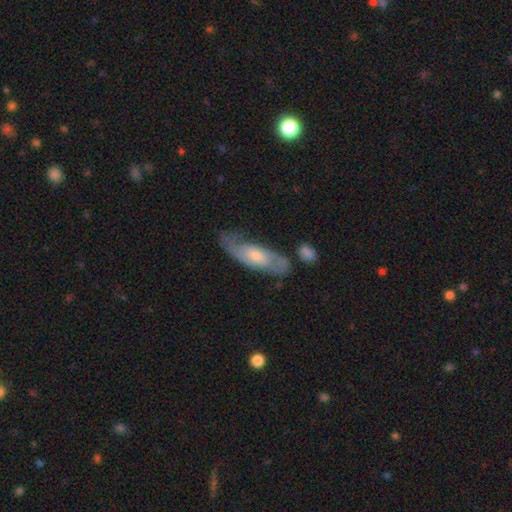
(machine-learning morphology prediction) Smooth or featured?
  - featured or disk: 63% *
  - smooth: 31%
  - star or artifact: 6%
Edge-on disk?
  - no: 80% *
  - yes: 20%
Bar?
  - no: 62% *
  - weak: 31%
  - strong: 6%
Spiral arms?
  - yes: 83% *
  - no: 17%
Bulge size?
  - moderate: 51% *
  - small: 37%
  - large: 7%
  - none: 3%
  - dominant: 1%
Merging?
  - none: 63% *
  - minor disturbance: 22%
  - major disturbance: 9%
  - merger: 6%